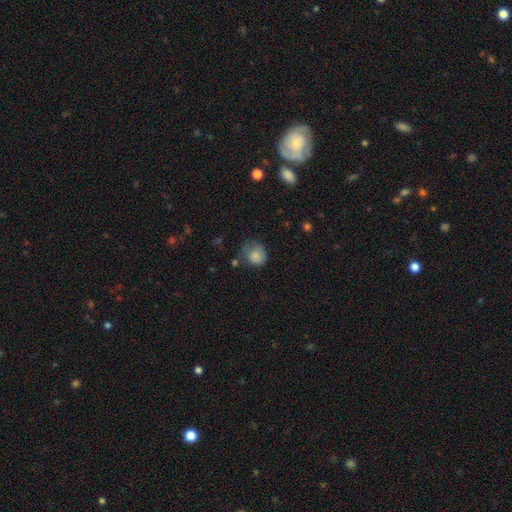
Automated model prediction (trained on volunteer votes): This is likely a smooth galaxy (80%). How rounded: likely round (71%). Merging: marginally none (42%).